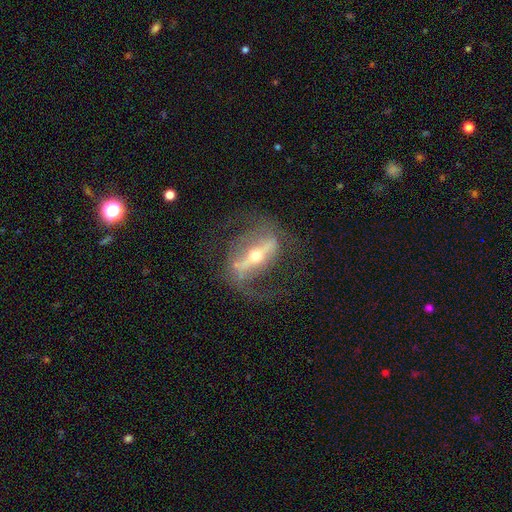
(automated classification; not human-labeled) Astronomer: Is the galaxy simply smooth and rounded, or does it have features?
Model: featured or disk — 87%.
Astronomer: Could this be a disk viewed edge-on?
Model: no — 79%.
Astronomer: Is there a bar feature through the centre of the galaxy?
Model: strong — 80%.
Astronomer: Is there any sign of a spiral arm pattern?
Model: yes — 77%.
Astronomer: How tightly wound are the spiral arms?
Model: medium — 46% (runner-up: loose, 35%).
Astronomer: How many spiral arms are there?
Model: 2 — 85%.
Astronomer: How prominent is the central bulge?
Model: moderate — 48% (runner-up: small, 47%).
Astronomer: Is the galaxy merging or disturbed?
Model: none — 67%.